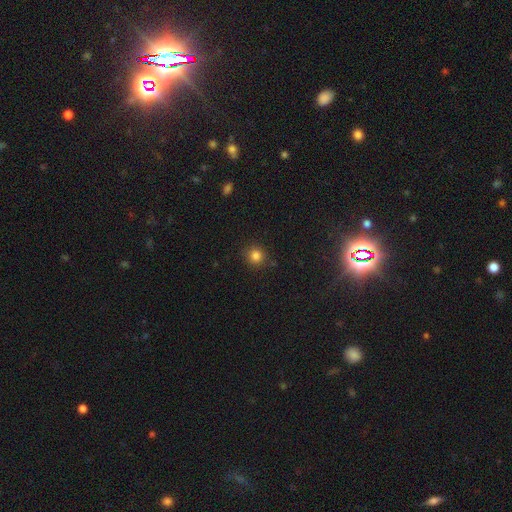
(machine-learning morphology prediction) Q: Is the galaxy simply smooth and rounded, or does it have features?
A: smooth — 82%.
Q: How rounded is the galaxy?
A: round — 92%.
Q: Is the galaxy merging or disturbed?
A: none — 88%.